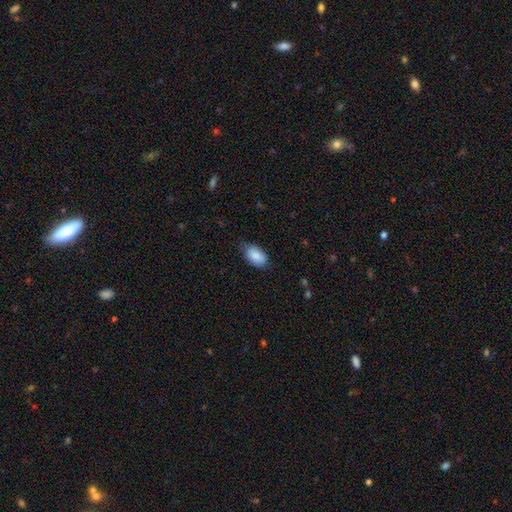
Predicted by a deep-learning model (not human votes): smooth-or-featured: smooth: 88% | star or artifact: 6% | featured or disk: 6%
  how-rounded: in between: 93% | round: 5% | cigar-shaped: 2%
  merging: none: 69% | minor disturbance: 26% | major disturbance: 4% | merger: 1%